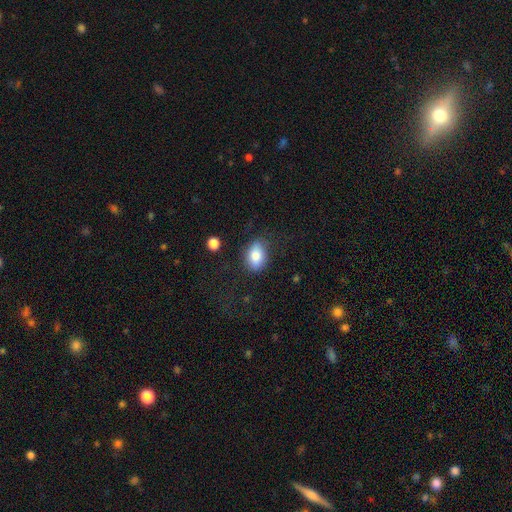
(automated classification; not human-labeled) This is clearly a smooth galaxy (82%). How rounded: clearly in between (84%). Merging: likely none (75%).